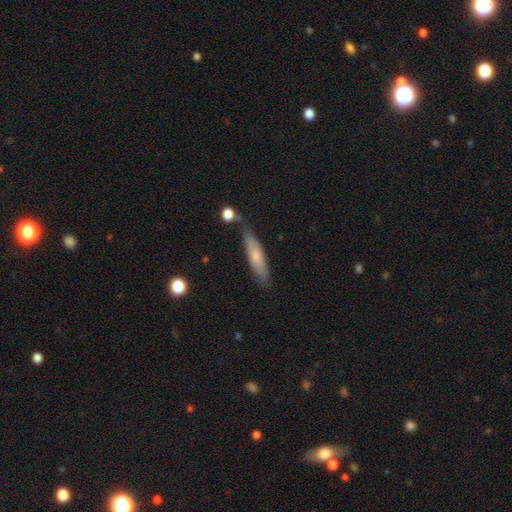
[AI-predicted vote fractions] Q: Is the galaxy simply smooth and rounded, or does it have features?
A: smooth — 68%.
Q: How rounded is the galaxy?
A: cigar-shaped — 77%.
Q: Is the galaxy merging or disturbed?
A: none — 68%.